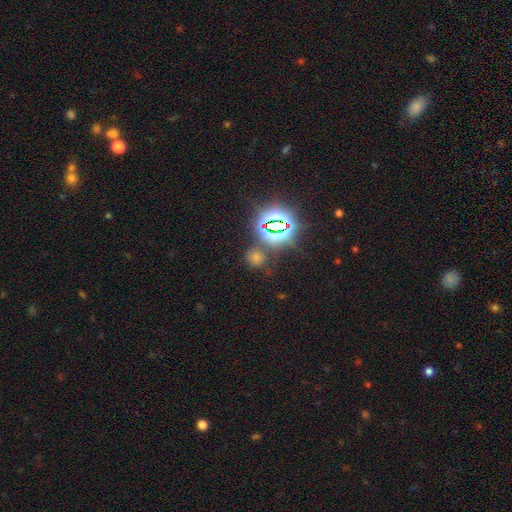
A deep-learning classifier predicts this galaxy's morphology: Overall: star or artifact (59%; smooth 34%).